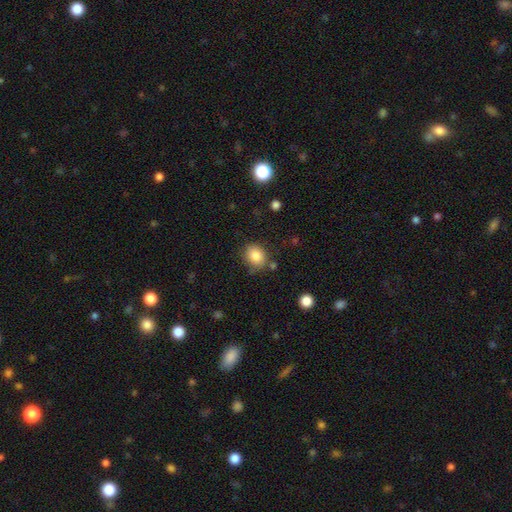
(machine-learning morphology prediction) Smooth or featured?
  - smooth: 84% *
  - star or artifact: 9%
  - featured or disk: 7%
How rounded?
  - round: 56% *
  - in between: 43%
  - cigar-shaped: 1%
Merging?
  - none: 75% *
  - minor disturbance: 16%
  - merger: 5%
  - major disturbance: 4%